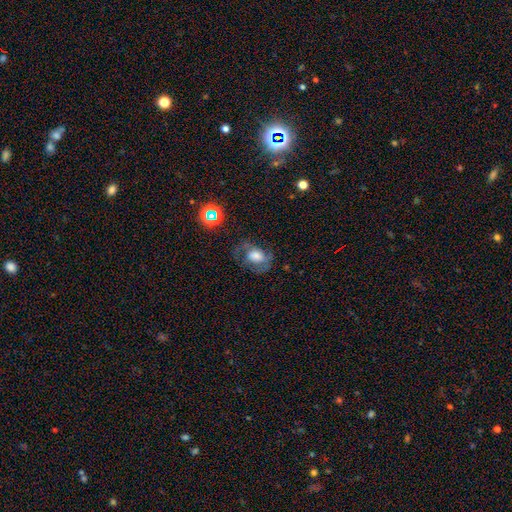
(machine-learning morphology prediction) featured or disk 45%, smooth 43%, star or artifact 12%. Down the decision tree: merging — none (51%).